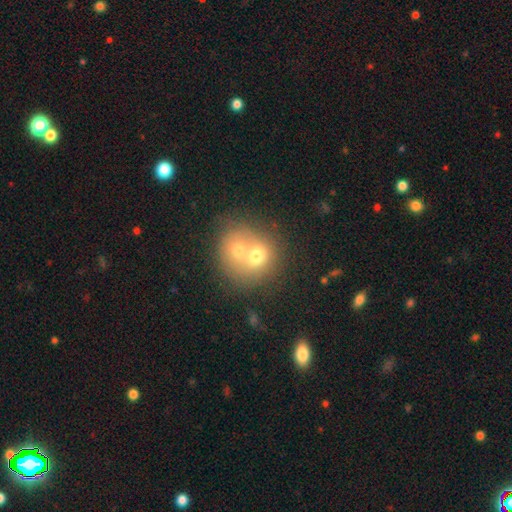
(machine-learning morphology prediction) Overall: smooth (64%; featured or disk 26%). How rounded: round (74%). Merging: merger (68%).